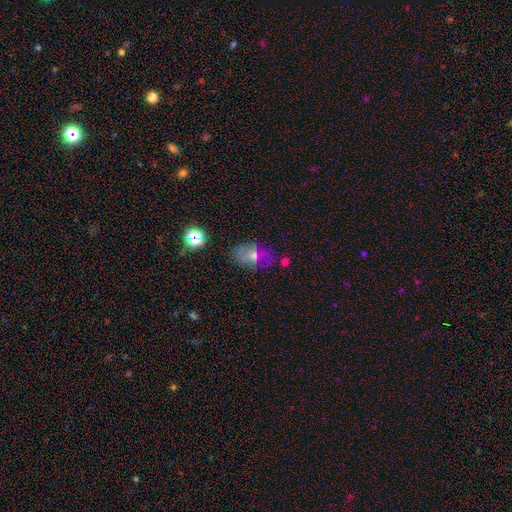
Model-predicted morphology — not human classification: A smooth galaxy with no disk features (44%).

Vote fractions:
- Smooth or featured? smooth: 44% / featured or disk: 37% / star or artifact: 18%
- Merging? none: 73% / minor disturbance: 17% / major disturbance: 5% / merger: 4%